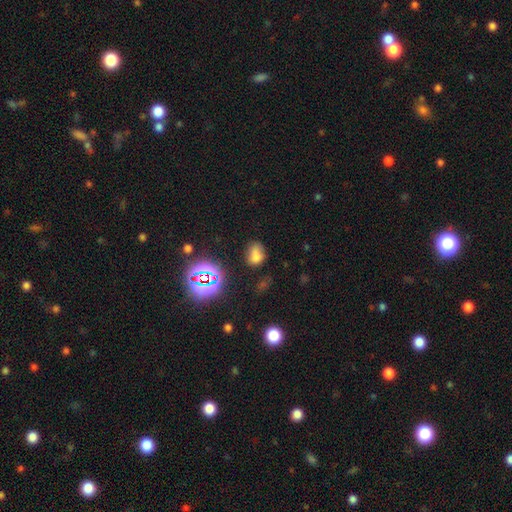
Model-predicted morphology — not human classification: Smooth or featured? smooth (66%)
How rounded? in between (76%)
Merging? none (61%)